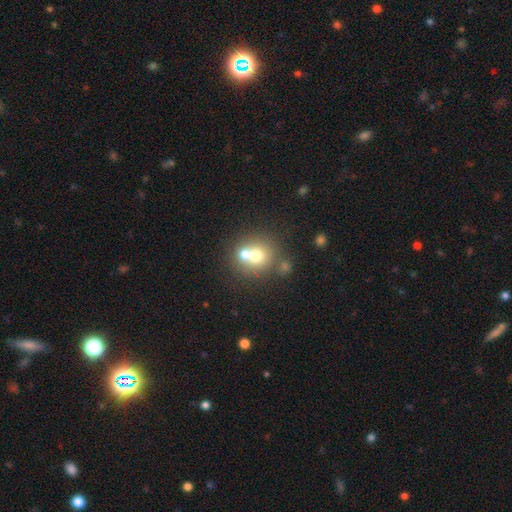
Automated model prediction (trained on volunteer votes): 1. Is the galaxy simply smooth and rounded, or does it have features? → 66% smooth, 20% featured or disk, 14% star or artifact.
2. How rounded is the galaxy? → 84% round, 15% in between, 1% cigar-shaped.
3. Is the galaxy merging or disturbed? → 47% merger, 43% none, 7% minor disturbance, 3% major disturbance.